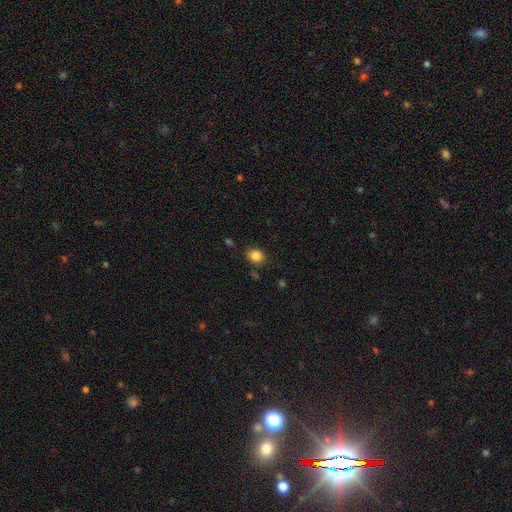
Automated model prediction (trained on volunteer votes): This appears to be a smooth galaxy with no disk features (84%) that is round (54%). Merging: none (85%).